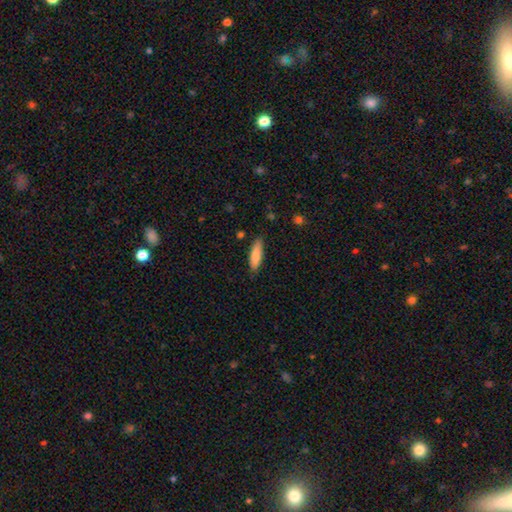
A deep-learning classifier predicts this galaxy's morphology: Smooth or featured? smooth (83%)
How rounded? cigar-shaped (60%)
Merging? none (84%)